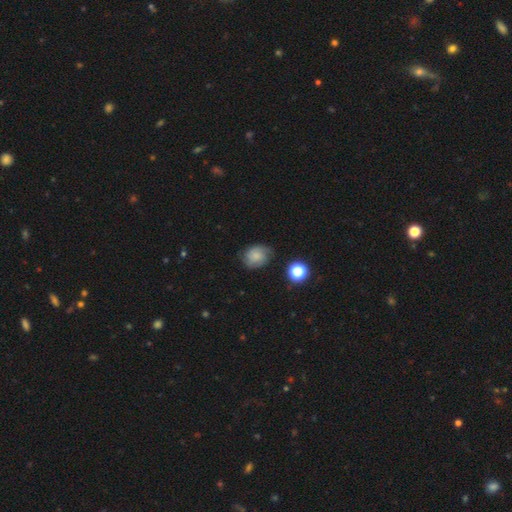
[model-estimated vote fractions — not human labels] Morphology: type=smooth (58%); roundness=round (51%); merging=none (67%).